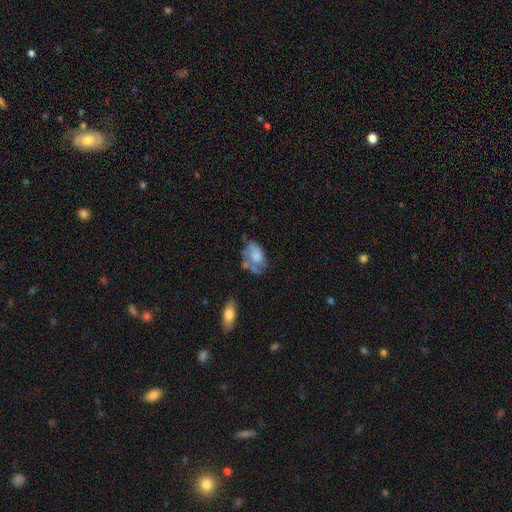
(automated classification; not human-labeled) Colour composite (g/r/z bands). It shows a smooth galaxy with no disk features (55%) that is in between round and cigar-shaped (81%). Merging: none (38%).